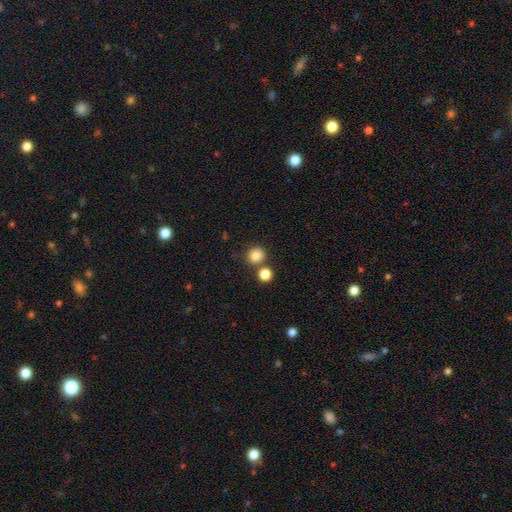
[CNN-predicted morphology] The model was most divided on "merging": none: 75%, merger: 14%, minor disturbance: 7%, major disturbance: 3%. More confident: how rounded — round (90%); smooth or featured — smooth (84%).